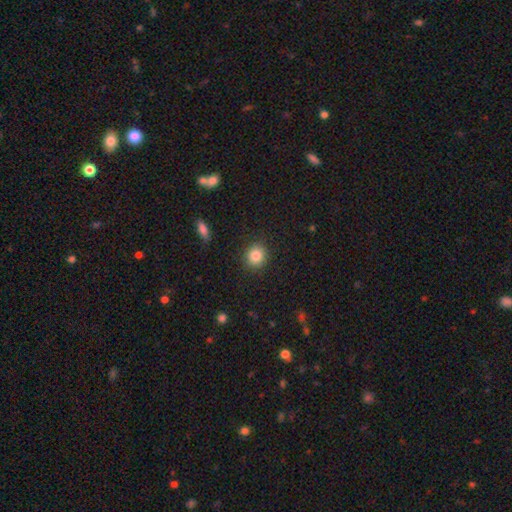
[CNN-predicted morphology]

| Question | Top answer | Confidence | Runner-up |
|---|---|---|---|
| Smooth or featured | smooth | 85% | star or artifact (10%) |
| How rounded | round | 78% | in between (21%) |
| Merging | none | 89% | minor disturbance (7%) |